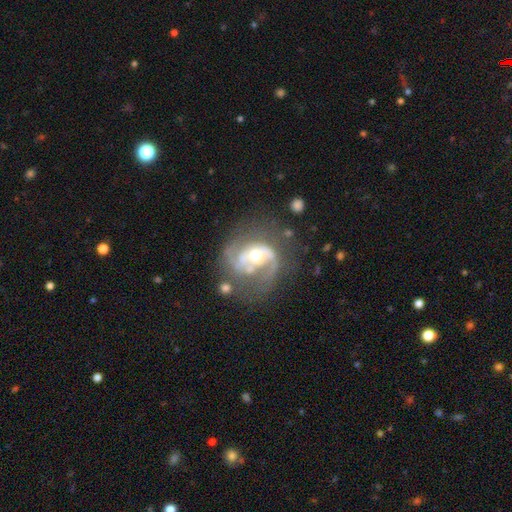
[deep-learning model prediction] A featured or disk galaxy (86%) with no bar (50%), 2 (67%) medium (50%) spiral arms (93%) and a moderate central bulge (68%).

Vote fractions:
- Smooth or featured? featured or disk: 86% / smooth: 8% / star or artifact: 6%
- Edge-on disk? no: 98% / yes: 2%
- Bar? no: 50% / weak: 35% / strong: 14%
- Spiral arms? yes: 93% / no: 7%
- Spiral winding? medium: 50% / tight: 26% / loose: 24%
- Spiral arm count? 2: 67% / 1: 12% / can't tell: 9% / 3: 8% / 4: 2% / more than 4: 2%
- Bulge size? moderate: 68% / small: 19% / large: 10% / none: 1% / dominant: 1%
- Merging? none: 50% / major disturbance: 22% / minor disturbance: 19% / merger: 8%